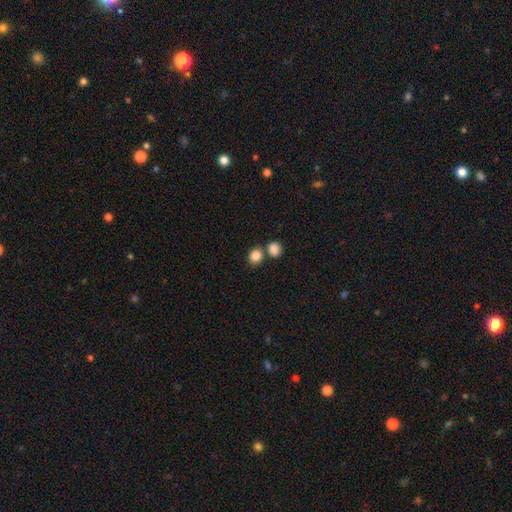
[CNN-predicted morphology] This is clearly a smooth galaxy (86%). How rounded: likely round (69%). Merging: likely none (63%).